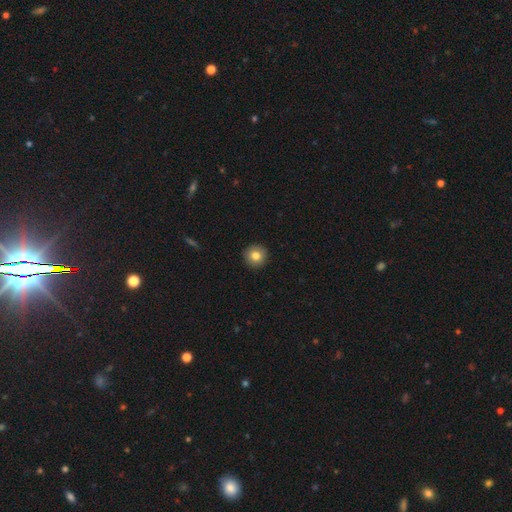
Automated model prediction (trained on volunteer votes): The model was most divided on "smooth or featured": smooth: 82%, featured or disk: 9%, star or artifact: 9%. More confident: how rounded — round (95%); merging — none (93%).